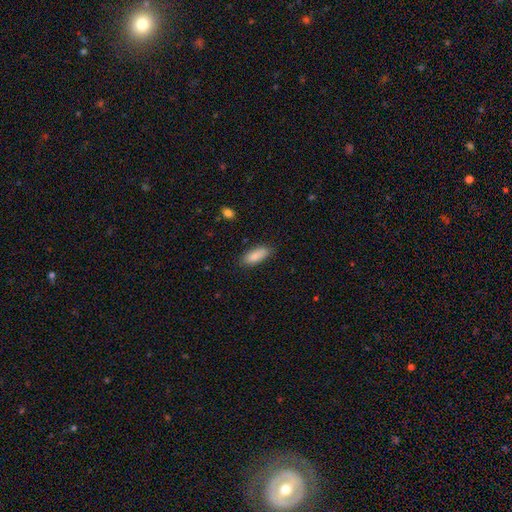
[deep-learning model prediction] A smooth galaxy with no disk features (87%) that is in between round and cigar-shaped (73%).

Vote fractions:
- Smooth or featured? smooth: 87% / featured or disk: 7% / star or artifact: 6%
- How rounded? in between: 73% / cigar-shaped: 25% / round: 2%
- Merging? none: 85% / minor disturbance: 11% / major disturbance: 2% / merger: 1%